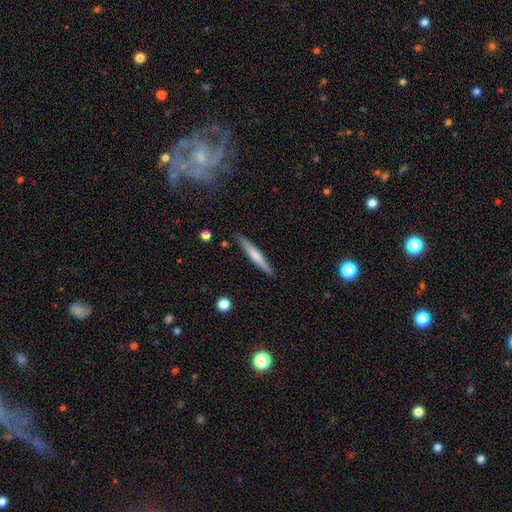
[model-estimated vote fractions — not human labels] A smooth galaxy with no disk features (53%) that is cigar-shaped (95%).

Vote fractions:
- Smooth or featured? smooth: 53% / featured or disk: 42% / star or artifact: 5%
- How rounded? cigar-shaped: 95% / in between: 4% / round: 1%
- Merging? none: 88% / minor disturbance: 9% / major disturbance: 2% / merger: 1%